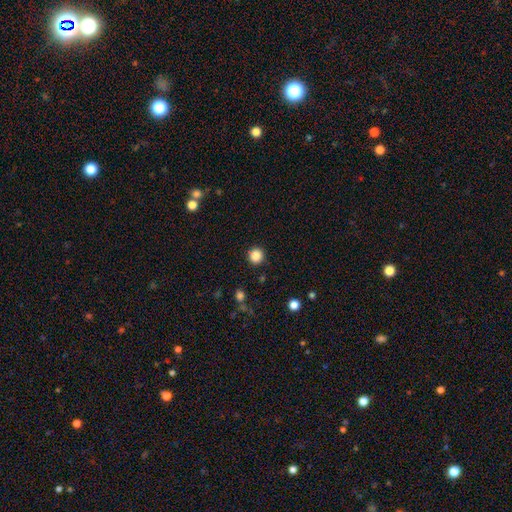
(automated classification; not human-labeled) Morphology: type=smooth (86%); roundness=round (94%); merging=none (91%).